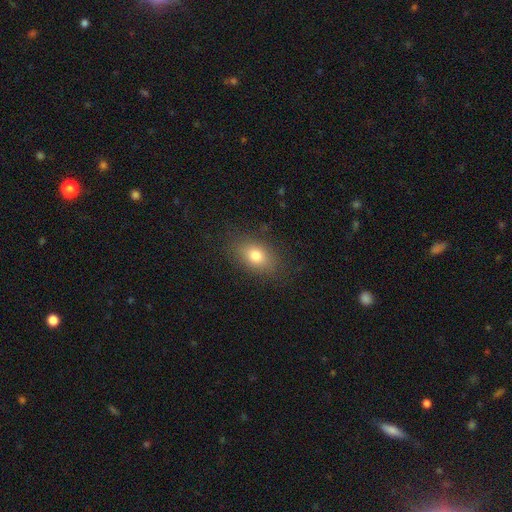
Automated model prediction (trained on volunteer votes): Q: Smooth or featured?
A: smooth (77%); runner-up: featured or disk (12%)
Q: How rounded?
A: in between (78%); runner-up: round (20%)
Q: Merging?
A: none (83%); runner-up: minor disturbance (12%)